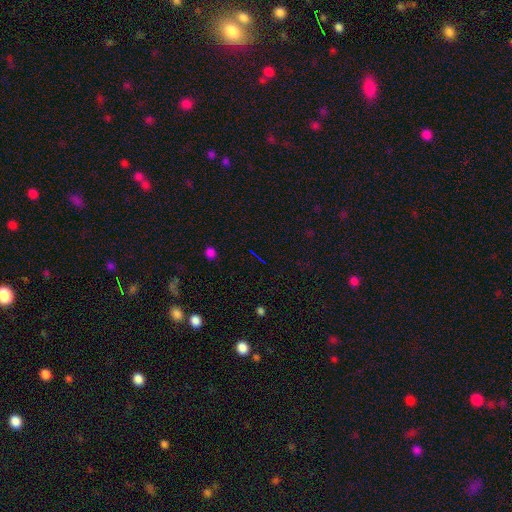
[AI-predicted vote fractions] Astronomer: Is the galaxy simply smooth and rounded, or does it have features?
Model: star or artifact — 67%.